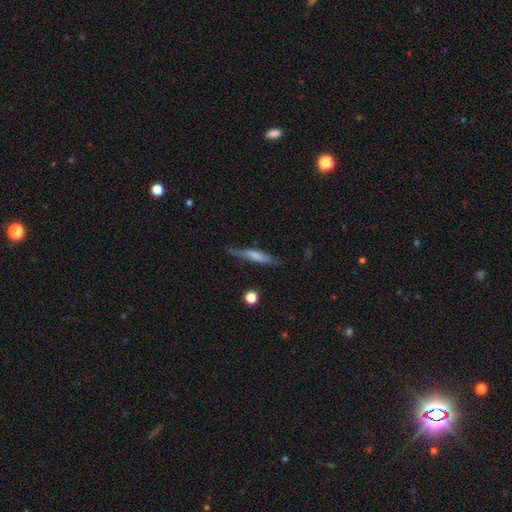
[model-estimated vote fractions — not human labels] Smooth or featured? smooth (57%)
How rounded? cigar-shaped (86%)
Merging? none (76%)